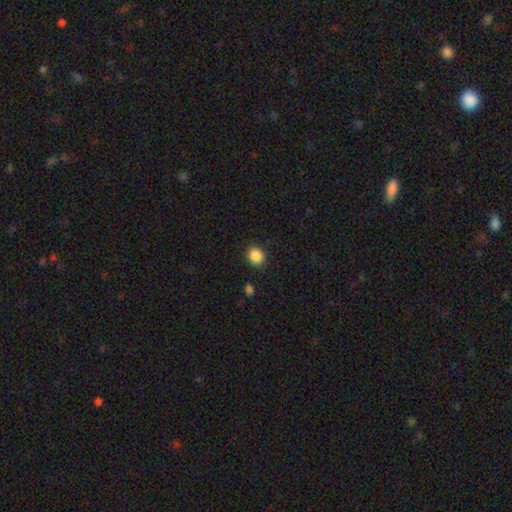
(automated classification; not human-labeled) Q: Smooth or featured?
A: smooth (88%); runner-up: star or artifact (9%)
Q: How rounded?
A: round (78%); runner-up: in between (21%)
Q: Merging?
A: none (88%); runner-up: minor disturbance (8%)